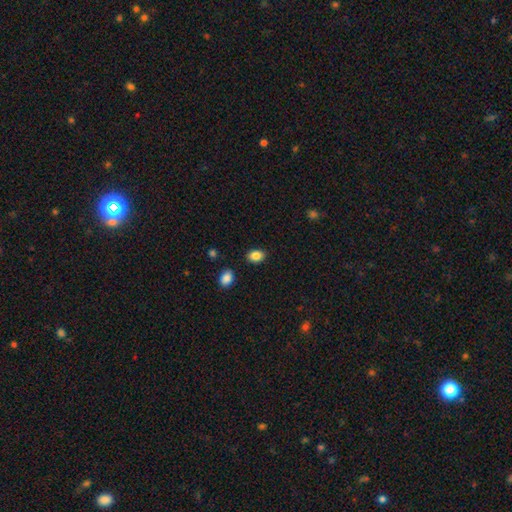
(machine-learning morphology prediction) Smooth or featured?
  - smooth: 86% *
  - star or artifact: 9%
  - featured or disk: 5%
How rounded?
  - in between: 76% *
  - round: 23%
  - cigar-shaped: 1%
Merging?
  - none: 86% *
  - minor disturbance: 9%
  - merger: 2%
  - major disturbance: 2%